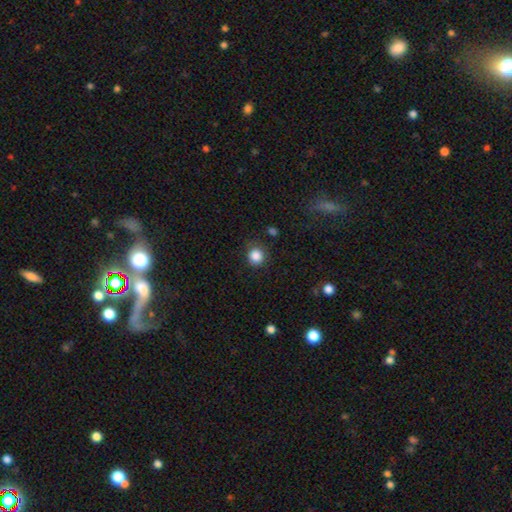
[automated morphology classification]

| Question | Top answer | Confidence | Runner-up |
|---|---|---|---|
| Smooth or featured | smooth | 86% | star or artifact (11%) |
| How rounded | round | 91% | in between (8%) |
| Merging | none | 84% | minor disturbance (10%) |